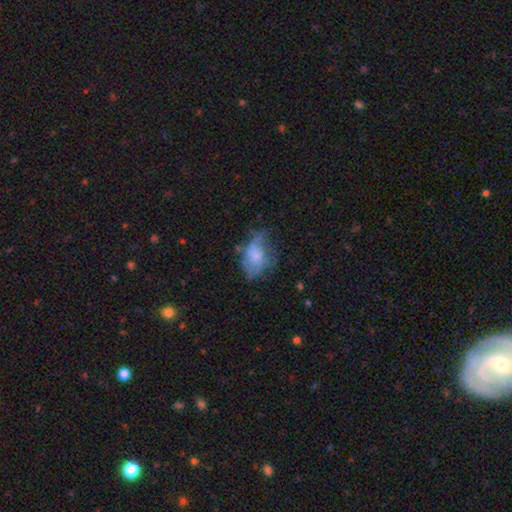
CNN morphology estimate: Smooth or featured?
  - featured or disk: 46% *
  - smooth: 43%
  - star or artifact: 10%
Merging?
  - none: 36% *
  - major disturbance: 31%
  - minor disturbance: 29%
  - merger: 3%